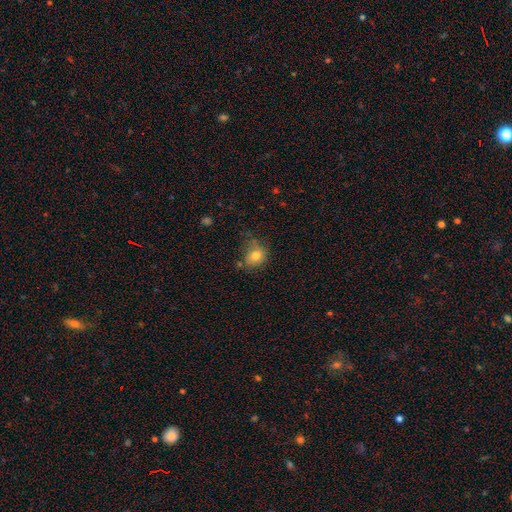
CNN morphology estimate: This appears to be a smooth galaxy with no disk features (78%) that is round (64%). Merging: none (57%).